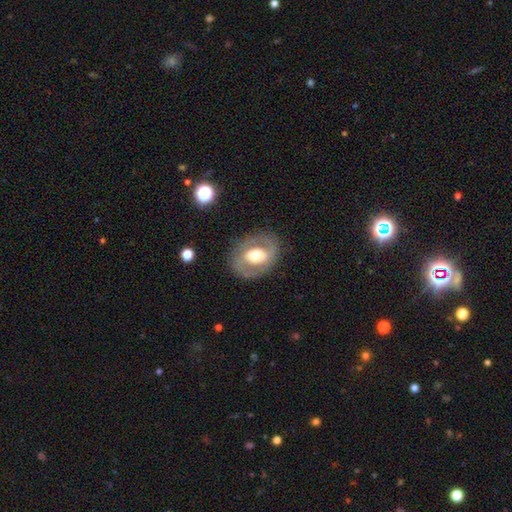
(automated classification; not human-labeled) Smooth or featured: featured or disk — 66% (smooth — 28%)
Edge-on disk: no — 95% (yes — 5%)
Bar: no — 46% (weak — 33%)
Spiral arms: yes — 53% (no — 47%)
Bulge size: moderate — 62% (large — 27%)
Merging: none — 81% (minor disturbance — 12%)